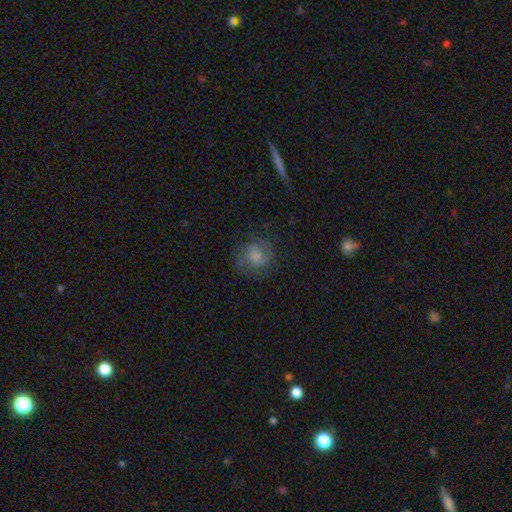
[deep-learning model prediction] A featured or disk galaxy (54%) with no bar (69%), spiral arms (89%) and a moderate central bulge (47%).

Vote fractions:
- Smooth or featured? featured or disk: 54% / smooth: 33% / star or artifact: 13%
- Edge-on disk? no: 96% / yes: 4%
- Bar? no: 69% / weak: 26% / strong: 5%
- Spiral arms? yes: 89% / no: 11%
- Bulge size? moderate: 47% / small: 29% / large: 12% / none: 11% / dominant: 2%
- Merging? none: 73% / minor disturbance: 17% / major disturbance: 9% / merger: 1%